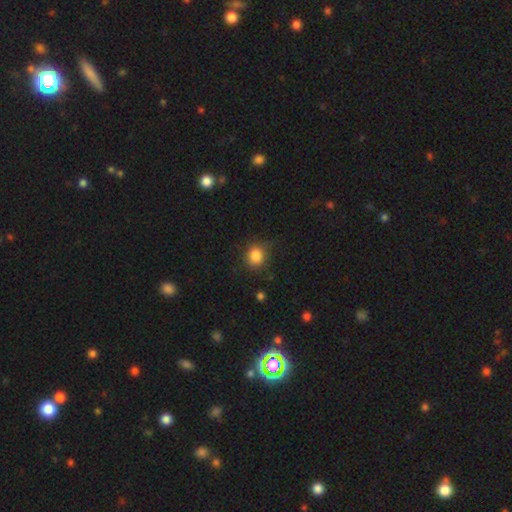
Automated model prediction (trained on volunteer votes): A smooth galaxy with no disk features (84%) that is round (79%). Merging: none (73%).